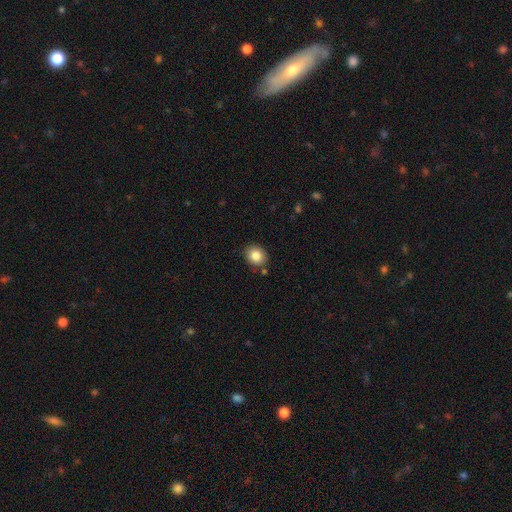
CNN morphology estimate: This appears to be a smooth galaxy with no disk features (84%) that is round (71%). Merging: none (84%).